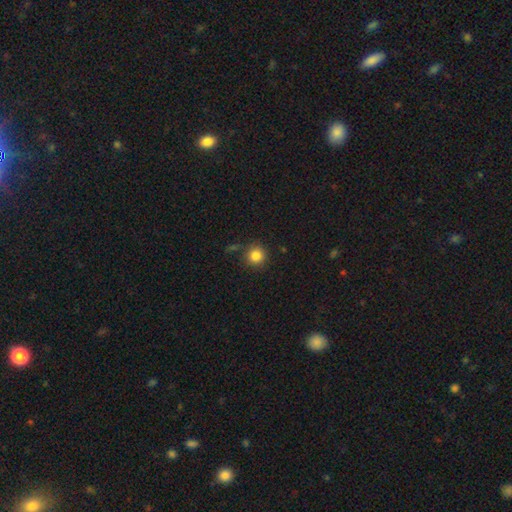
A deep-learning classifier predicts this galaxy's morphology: Smooth or featured? smooth (84%)
How rounded? round (93%)
Merging? none (83%)